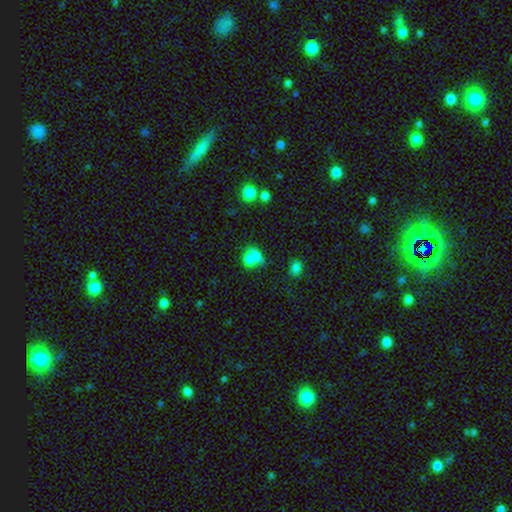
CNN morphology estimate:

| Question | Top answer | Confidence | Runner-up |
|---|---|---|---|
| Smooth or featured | smooth | 74% | featured or disk (13%) |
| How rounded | round | 65% | in between (33%) |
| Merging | merger | 38% | none (34%) |